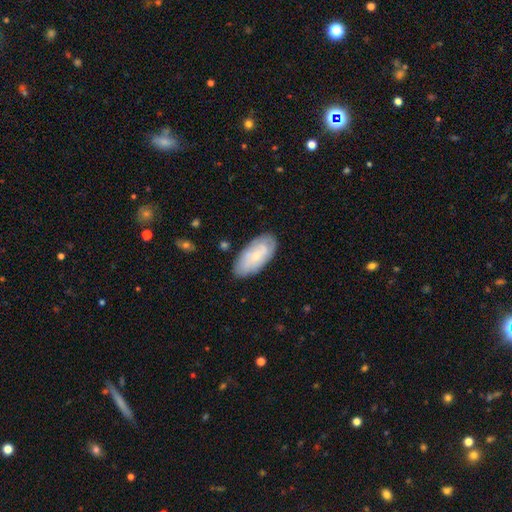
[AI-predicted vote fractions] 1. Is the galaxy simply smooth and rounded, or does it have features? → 60% smooth, 34% featured or disk, 7% star or artifact.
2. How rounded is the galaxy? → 92% in between, 6% cigar-shaped, 2% round.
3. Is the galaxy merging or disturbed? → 78% none, 16% minor disturbance, 3% major disturbance, 3% merger.